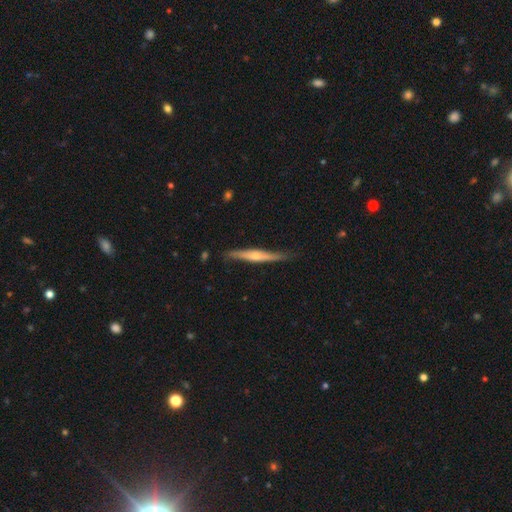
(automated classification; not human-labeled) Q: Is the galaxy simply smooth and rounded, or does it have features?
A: featured or disk — 65%.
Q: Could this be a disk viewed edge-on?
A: yes — 95%.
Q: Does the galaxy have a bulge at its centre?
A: rounded — 81%.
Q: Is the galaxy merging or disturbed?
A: none — 79%.